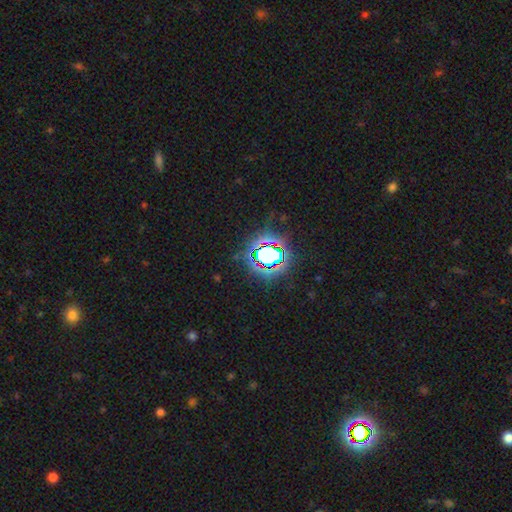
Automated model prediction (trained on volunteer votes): smooth-or-featured: star or artifact: 83% | smooth: 10% | featured or disk: 7%